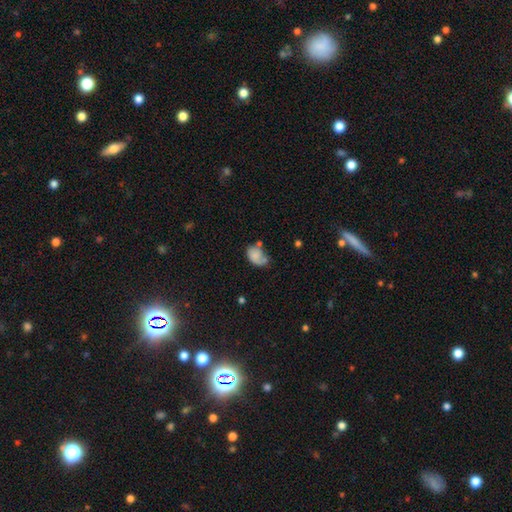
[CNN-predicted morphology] A smooth galaxy with no disk features (67%) that is in between round and cigar-shaped (80%). Merging: none (35%).